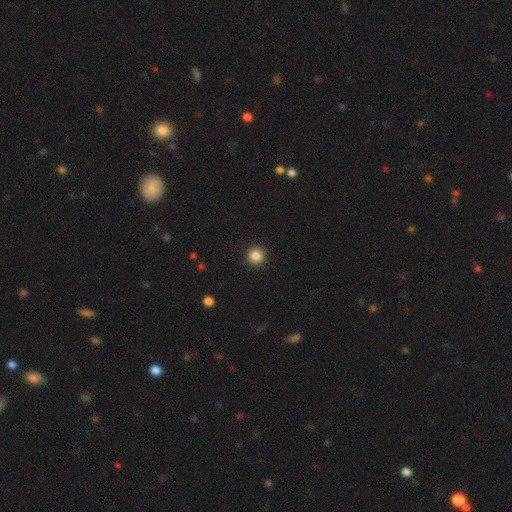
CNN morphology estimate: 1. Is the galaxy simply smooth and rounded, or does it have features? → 86% smooth, 11% star or artifact, 4% featured or disk.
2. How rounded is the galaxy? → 95% round, 4% in between, 1% cigar-shaped.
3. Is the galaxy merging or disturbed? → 92% none, 5% minor disturbance, 2% major disturbance, 1% merger.